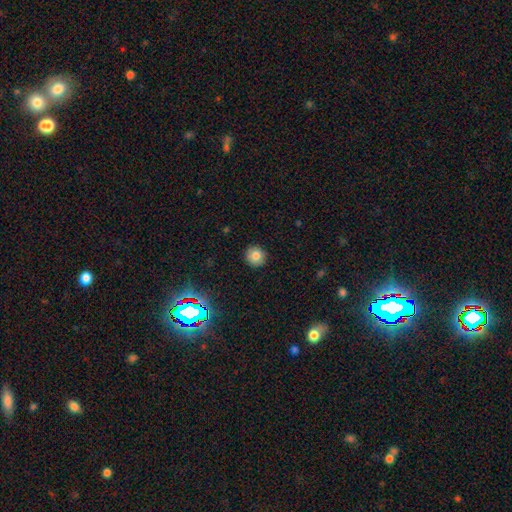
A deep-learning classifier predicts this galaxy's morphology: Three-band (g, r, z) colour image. It shows a smooth galaxy with no disk features (79%) that is round (93%). Merging: none (91%).